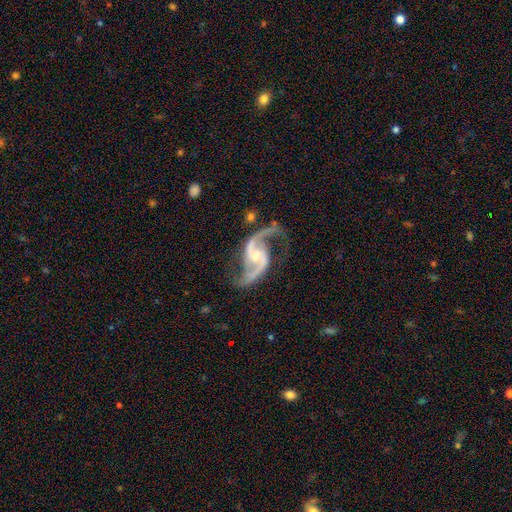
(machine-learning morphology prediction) Smooth or featured? Predicted: featured or disk (p=0.94). Edge-on disk? Predicted: no (p=0.98). Bar? Predicted: weak (p=0.44). Spiral arms? Predicted: yes (p=0.98). Spiral winding? Predicted: loose (p=0.52). Spiral arm count? Predicted: 2 (p=0.94). Bulge size? Predicted: small (p=0.52). Merging? Predicted: none (p=0.71).